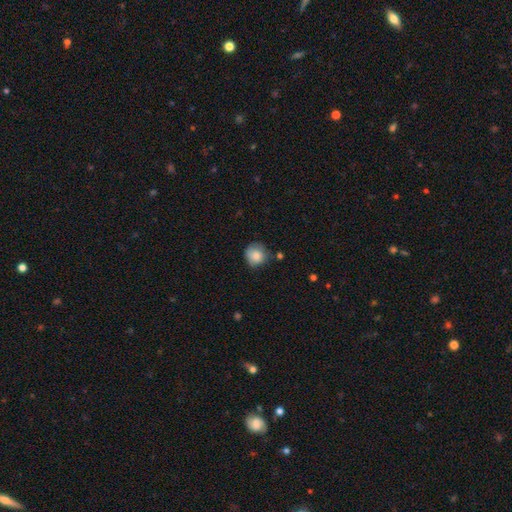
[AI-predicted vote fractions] A smooth galaxy with no disk features (81%) that is round (86%).

Vote fractions:
- Smooth or featured? smooth: 81% / featured or disk: 11% / star or artifact: 8%
- How rounded? round: 86% / in between: 13% / cigar-shaped: 1%
- Merging? none: 63% / minor disturbance: 26% / major disturbance: 7% / merger: 4%